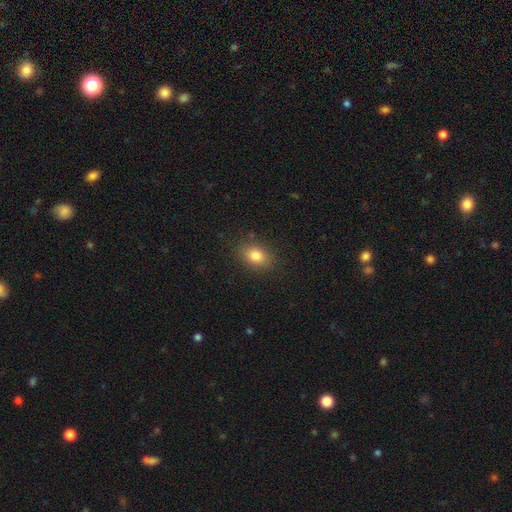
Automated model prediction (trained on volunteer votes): smooth 82%, star or artifact 10%, featured or disk 8%. Down the decision tree: how rounded — in between (77%); merging — none (85%).